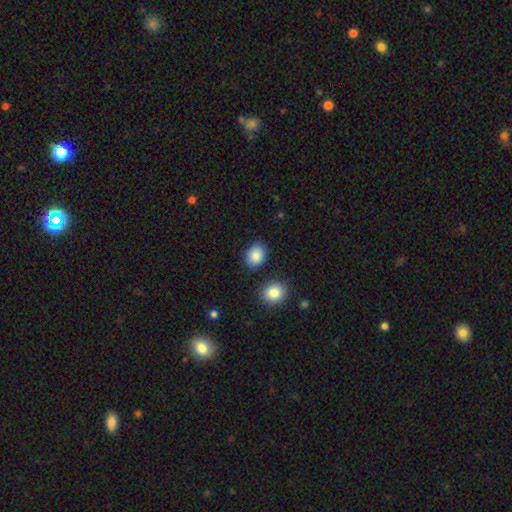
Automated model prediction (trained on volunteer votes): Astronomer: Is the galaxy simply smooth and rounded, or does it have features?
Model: smooth — 87%.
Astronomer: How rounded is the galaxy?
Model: in between — 62% (runner-up: round, 37%).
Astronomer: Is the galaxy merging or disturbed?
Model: none — 83%.